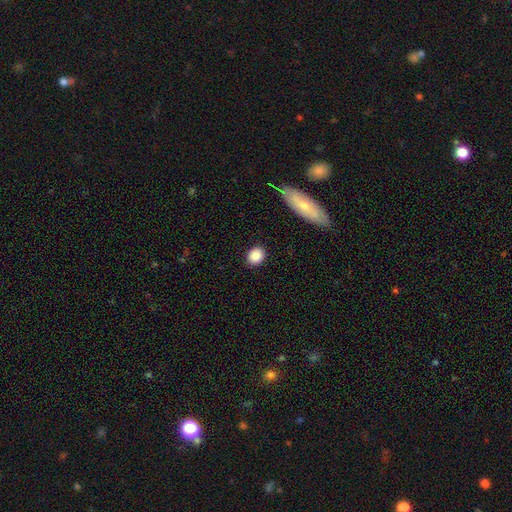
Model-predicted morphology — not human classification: This appears to be a smooth galaxy with no disk features (87%) that is round (59%). Merging: none (89%).